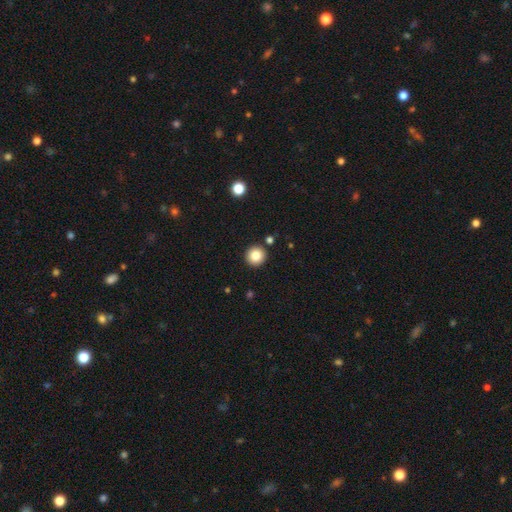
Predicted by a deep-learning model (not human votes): A smooth galaxy with no disk features (84%) that is round (94%). Merging: none (91%).